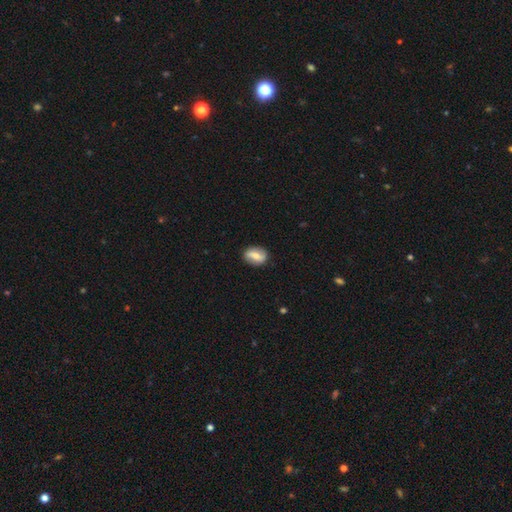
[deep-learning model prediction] Overall: smooth (51%; featured or disk 42%). How rounded: in between (72%). Merging: none (86%).